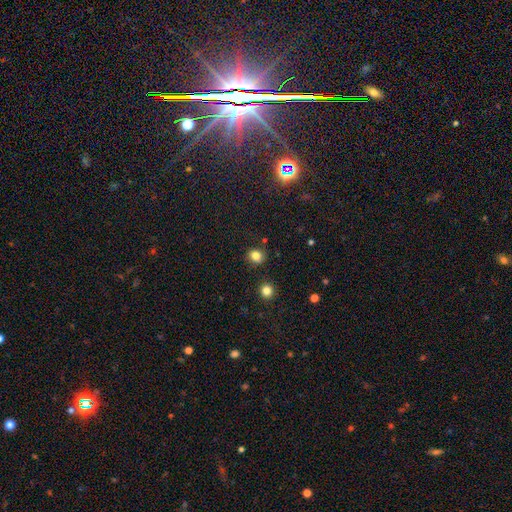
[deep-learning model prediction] smooth 81%, star or artifact 13%, featured or disk 6%. Down the decision tree: how rounded — round (70%); merging — none (80%).